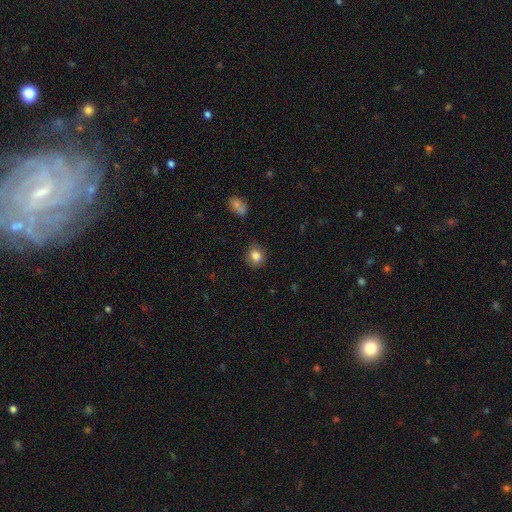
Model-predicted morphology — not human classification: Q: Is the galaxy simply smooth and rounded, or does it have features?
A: smooth — 81%.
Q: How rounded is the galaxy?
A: round — 67%.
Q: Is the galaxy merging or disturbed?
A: none — 85%.